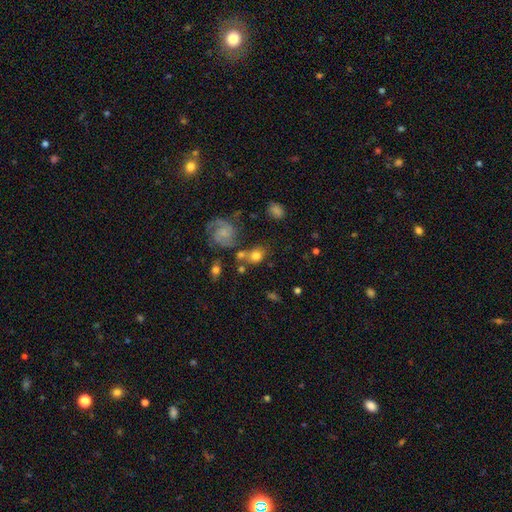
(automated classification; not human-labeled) smooth 64%, featured or disk 24%, star or artifact 12%. Down the decision tree: how rounded — round (65%); merging — none (54%).